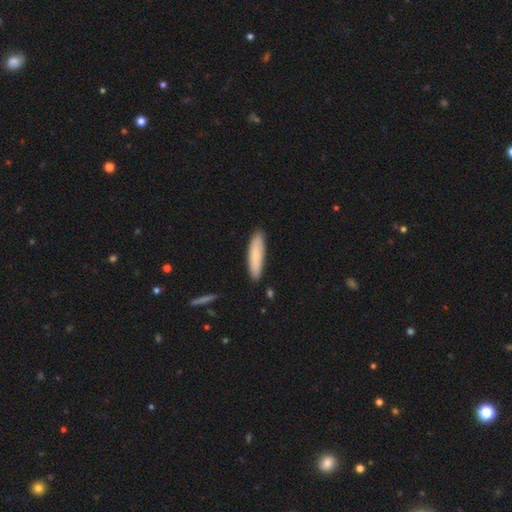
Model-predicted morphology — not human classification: Q: Smooth or featured?
A: smooth (81%); runner-up: featured or disk (14%)
Q: How rounded?
A: cigar-shaped (73%); runner-up: in between (25%)
Q: Merging?
A: none (87%); runner-up: minor disturbance (10%)